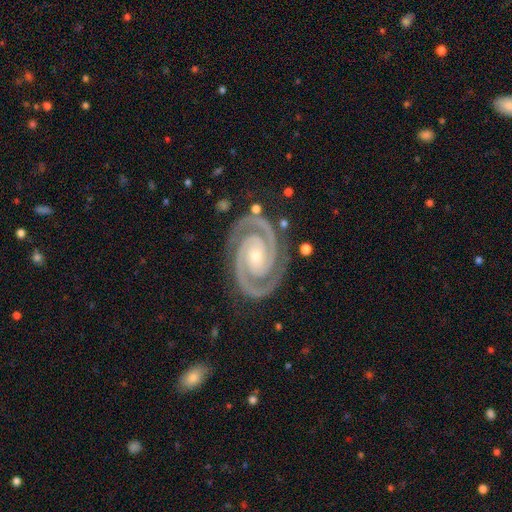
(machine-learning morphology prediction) Overall: featured or disk (94%). Edge-on disk: no (98%). Bar: no (64%). Spiral arms: yes (99%). Spiral arm count: 2 (93%). Spiral winding: tight (78%). Bulge size: small (71%). Merging: none (84%).